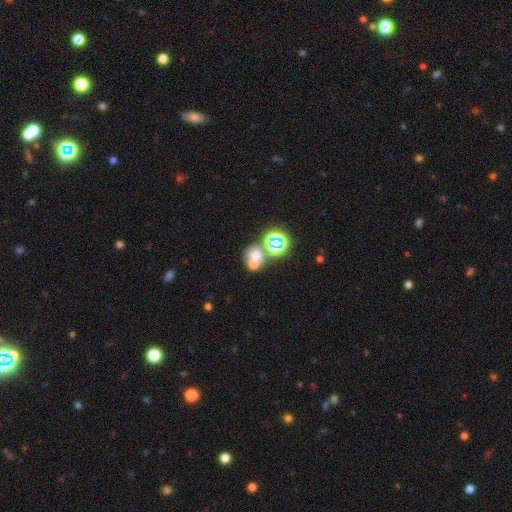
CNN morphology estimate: A smooth galaxy with no disk features (55%) that is round (71%). Merging: merger (52%).